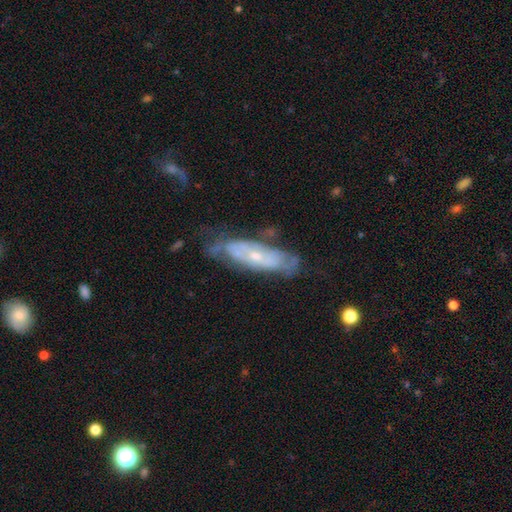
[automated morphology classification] smooth-or-featured: featured or disk: 72% | smooth: 21% | star or artifact: 7%
  disk-edge-on: no: 77% | yes: 23%
    bar: no: 72% | weak: 21% | strong: 7%
    has-spiral-arms: yes: 70% | no: 30%
    bulge-size: small: 66% | moderate: 29% | none: 2% | large: 1% | dominant: 1%
  merging: none: 56% | minor disturbance: 27% | major disturbance: 13% | merger: 4%